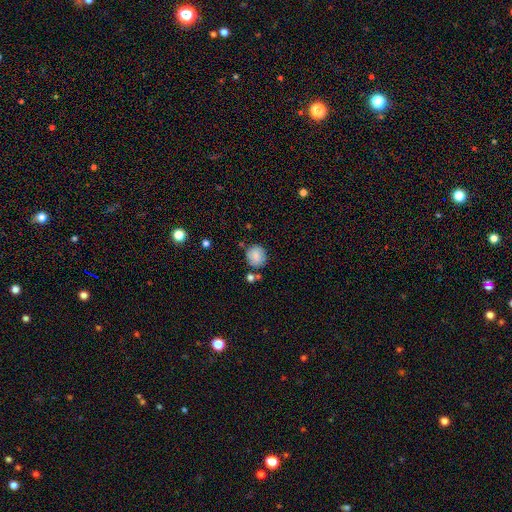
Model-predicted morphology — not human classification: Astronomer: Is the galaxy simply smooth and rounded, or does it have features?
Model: smooth — 84%.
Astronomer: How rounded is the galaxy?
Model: round — 84%.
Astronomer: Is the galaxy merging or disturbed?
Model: none — 72%.